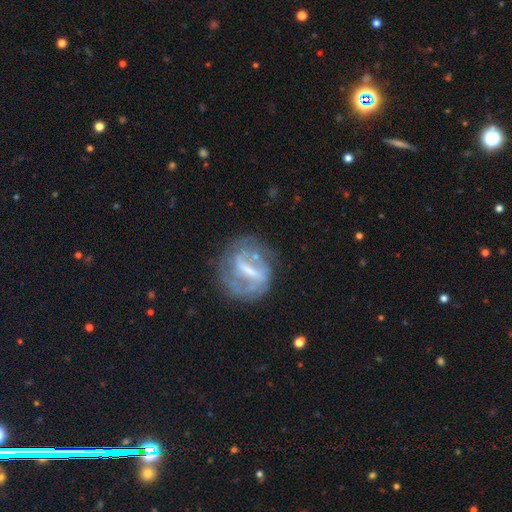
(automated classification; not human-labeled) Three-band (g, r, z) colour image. It shows a featured or disk galaxy (68%) with a strong bar (60%), spiral arms (78%) and a small central bulge (50%). Merging: none (76%).